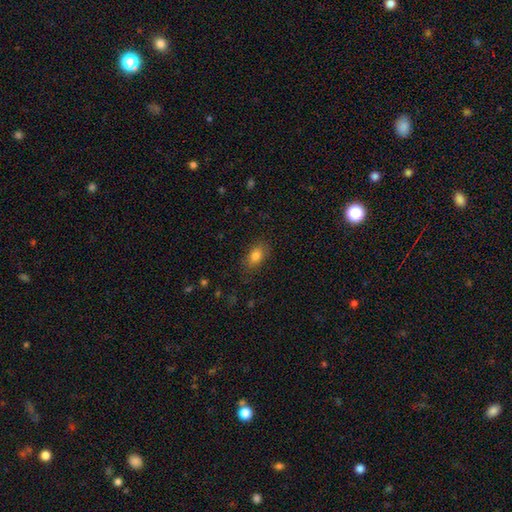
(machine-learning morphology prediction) smooth_or_featured: smooth (p=0.82) [alt: star or artifact p=0.10]
how_rounded: in between (p=0.83) [alt: round p=0.14]
merging: none (p=0.83) [alt: minor disturbance p=0.13]